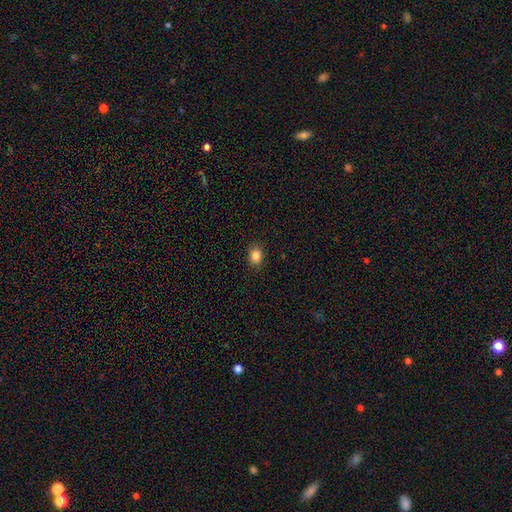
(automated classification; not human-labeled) Q: Smooth or featured?
A: smooth (85%); runner-up: star or artifact (11%)
Q: How rounded?
A: in between (52%); runner-up: round (47%)
Q: Merging?
A: none (90%); runner-up: minor disturbance (7%)